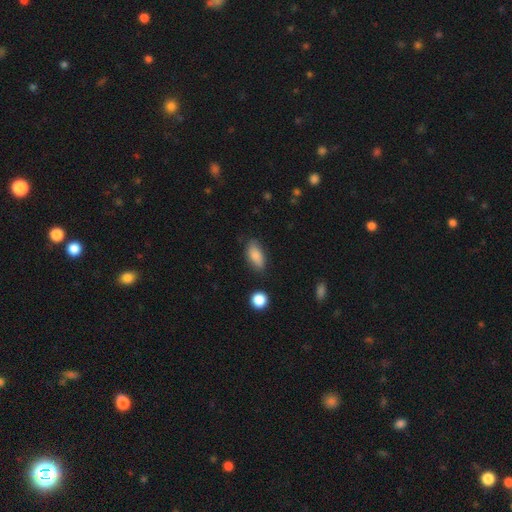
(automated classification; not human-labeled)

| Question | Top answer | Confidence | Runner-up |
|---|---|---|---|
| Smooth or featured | smooth | 86% | star or artifact (7%) |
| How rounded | in between | 86% | cigar-shaped (10%) |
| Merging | none | 77% | minor disturbance (16%) |